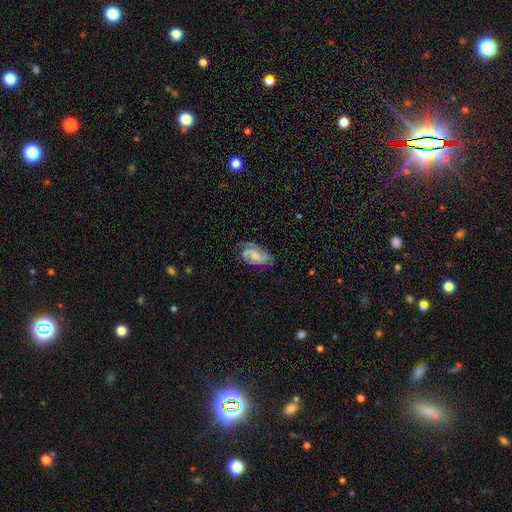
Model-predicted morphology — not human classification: A featured or disk galaxy (69%) with no bar (57%), 2 (58%) tight (44%) spiral arms (92%) and a moderate central bulge (35%).

Vote fractions:
- Smooth or featured? featured or disk: 69% / smooth: 25% / star or artifact: 7%
- Edge-on disk? no: 96% / yes: 4%
- Bar? no: 57% / weak: 36% / strong: 6%
- Spiral arms? yes: 92% / no: 8%
- Spiral winding? tight: 44% / medium: 42% / loose: 14%
- Spiral arm count? 2: 58% / can't tell: 19% / 3: 12% / 1: 7% / 4: 2% / more than 4: 2%
- Bulge size? moderate: 35% / small: 34% / none: 22% / large: 8% / dominant: 2%
- Merging? none: 66% / minor disturbance: 23% / major disturbance: 9% / merger: 2%